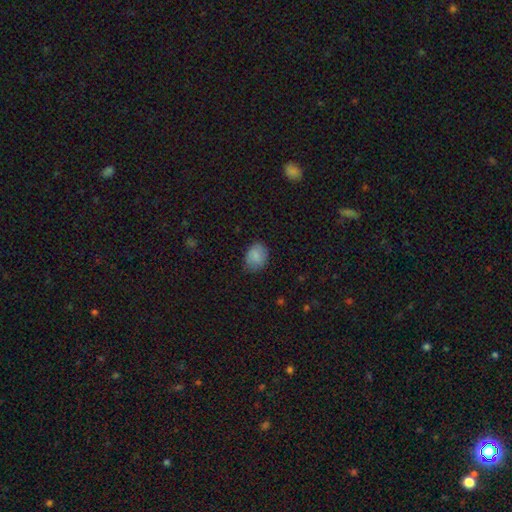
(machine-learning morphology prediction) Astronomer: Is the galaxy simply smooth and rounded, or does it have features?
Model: smooth — 86%.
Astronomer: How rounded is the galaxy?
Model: in between — 57% (runner-up: round, 42%).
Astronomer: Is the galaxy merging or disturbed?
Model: none — 76%.